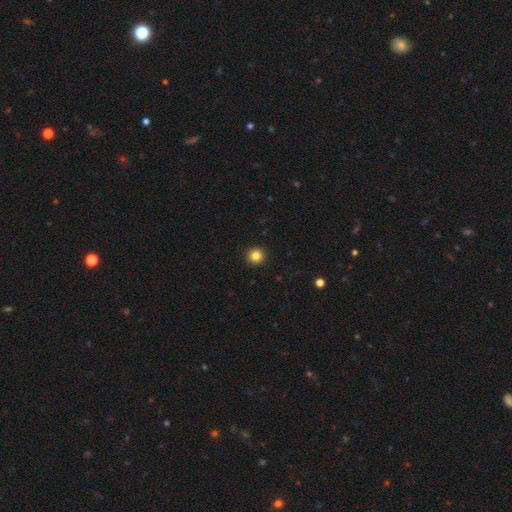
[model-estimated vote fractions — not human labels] This is clearly a smooth galaxy (84%). How rounded: clearly round (96%). Merging: clearly none (93%).